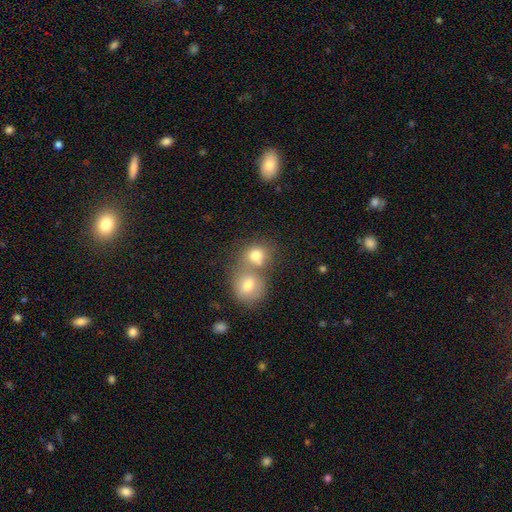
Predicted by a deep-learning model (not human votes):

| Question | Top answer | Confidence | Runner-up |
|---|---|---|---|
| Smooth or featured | smooth | 75% | featured or disk (14%) |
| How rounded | round | 72% | in between (27%) |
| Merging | merger | 56% | none (34%) |